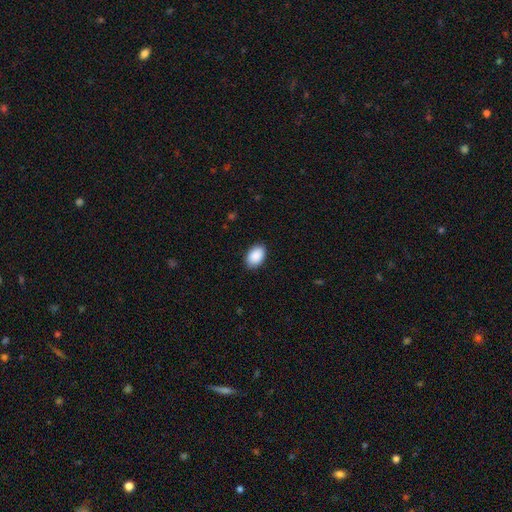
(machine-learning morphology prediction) This appears to be a smooth galaxy with no disk features (91%) that is in between round and cigar-shaped (88%). Merging: none (88%).